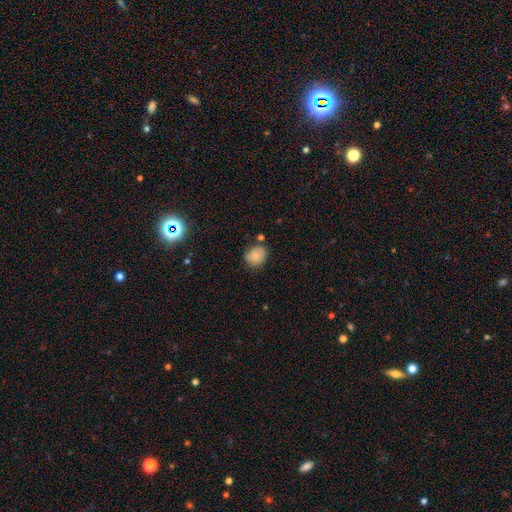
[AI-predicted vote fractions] Morphology: type=smooth (77%); roundness=round (62%); merging=none (68%).